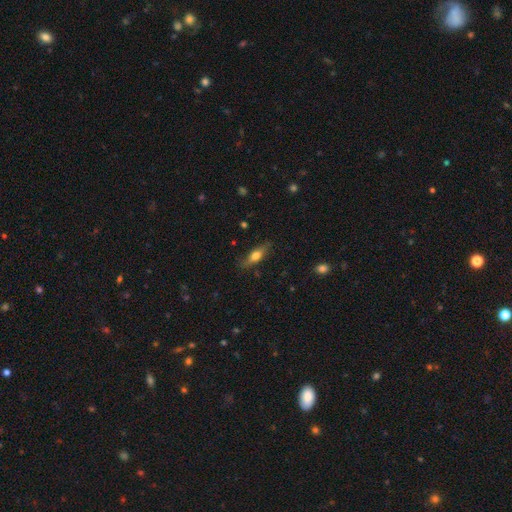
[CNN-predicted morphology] smooth_or_featured: smooth (p=0.56) [alt: featured or disk p=0.37]
how_rounded: in between (p=0.48) [alt: cigar-shaped p=0.47]
merging: none (p=0.79) [alt: minor disturbance p=0.16]